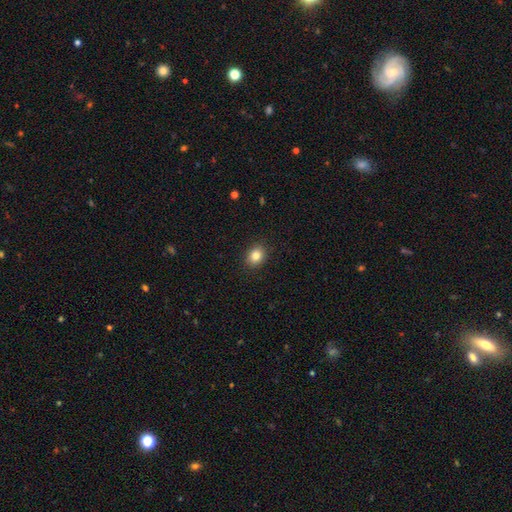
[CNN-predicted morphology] Q: Smooth or featured?
A: smooth (83%); runner-up: star or artifact (10%)
Q: How rounded?
A: round (54%); runner-up: in between (45%)
Q: Merging?
A: none (90%); runner-up: minor disturbance (7%)